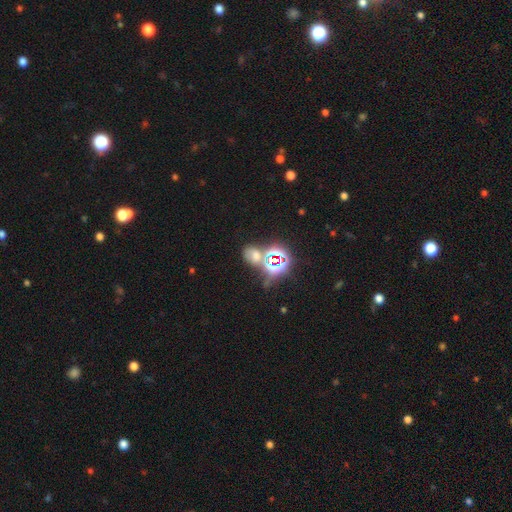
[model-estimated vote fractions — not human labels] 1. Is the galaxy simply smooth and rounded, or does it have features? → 49% star or artifact, 36% smooth, 15% featured or disk.